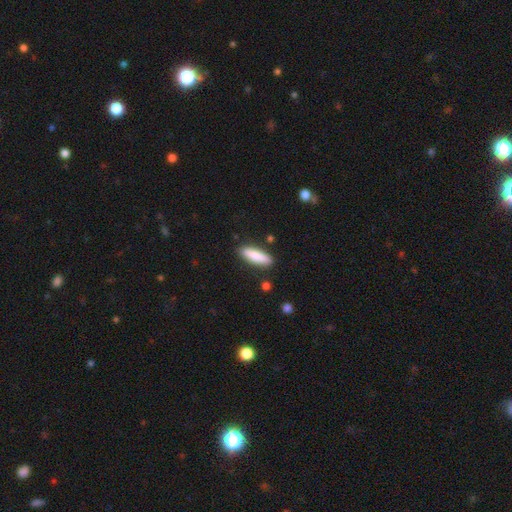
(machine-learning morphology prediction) This is clearly a smooth galaxy (83%). How rounded: possibly cigar-shaped (55%). Merging: clearly none (86%).